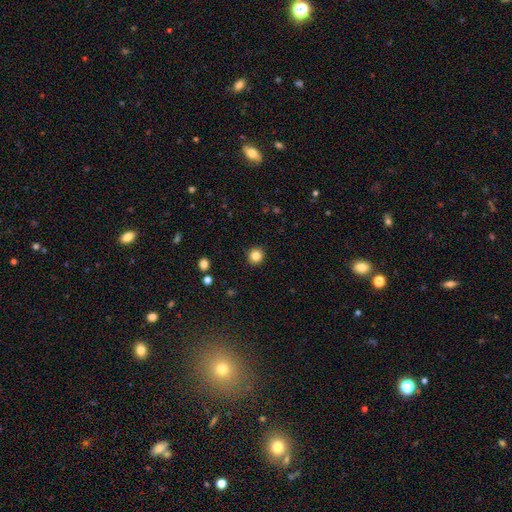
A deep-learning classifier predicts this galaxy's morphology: smooth 83%, star or artifact 12%, featured or disk 5%. Down the decision tree: how rounded — round (93%); merging — none (92%).